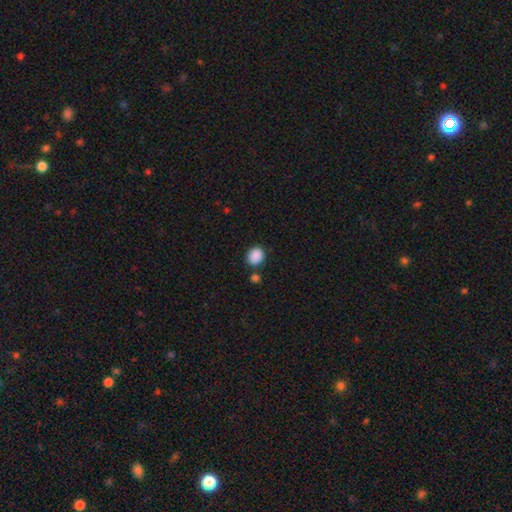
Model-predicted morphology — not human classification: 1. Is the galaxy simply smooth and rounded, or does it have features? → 88% smooth, 9% star or artifact, 3% featured or disk.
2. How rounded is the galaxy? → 63% round, 36% in between, 1% cigar-shaped.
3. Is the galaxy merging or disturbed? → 78% none, 11% minor disturbance, 8% merger, 3% major disturbance.